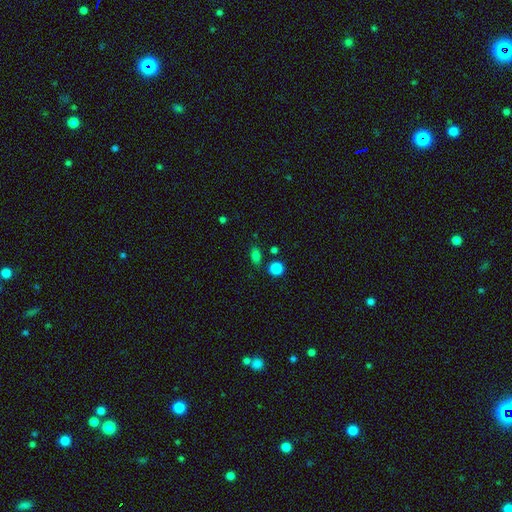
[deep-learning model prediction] The model was most divided on "how rounded": in between: 73%, round: 22%, cigar-shaped: 5%. More confident: smooth or featured — smooth (80%); merging — none (77%).